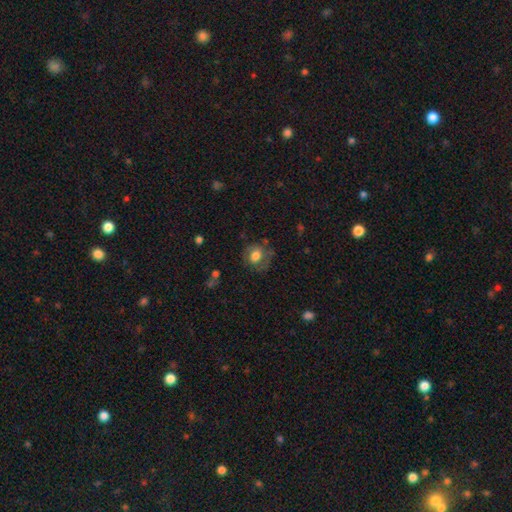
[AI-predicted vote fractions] The model was most divided on "smooth or featured": smooth: 63%, featured or disk: 29%, star or artifact: 8%. More confident: how rounded — round (68%); merging — none (64%).